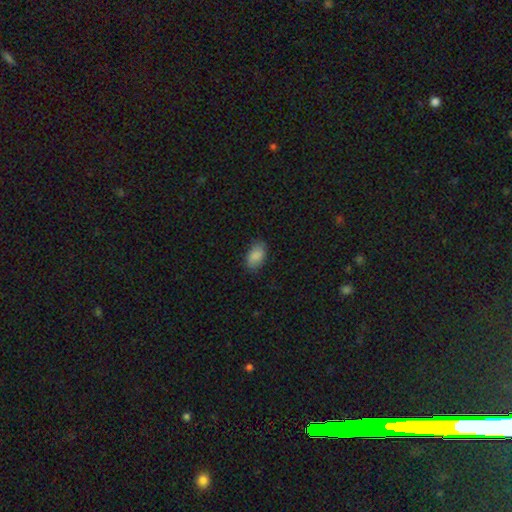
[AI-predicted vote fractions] Smooth or featured: smooth — 88% (star or artifact — 7%)
How rounded: in between — 92% (round — 7%)
Merging: none — 82% (minor disturbance — 13%)